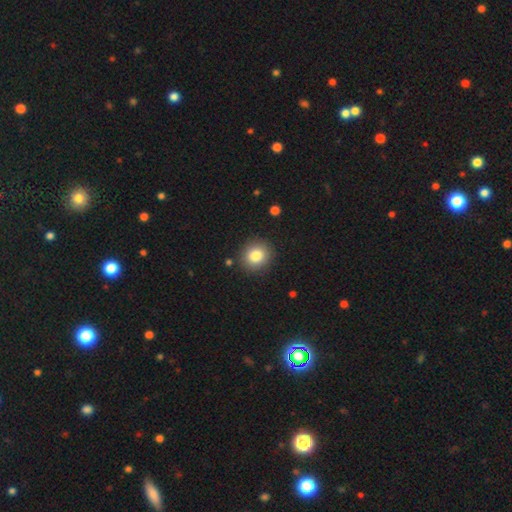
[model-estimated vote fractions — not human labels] Q: Smooth or featured?
A: smooth (82%); runner-up: star or artifact (10%)
Q: How rounded?
A: round (86%); runner-up: in between (13%)
Q: Merging?
A: none (89%); runner-up: minor disturbance (7%)